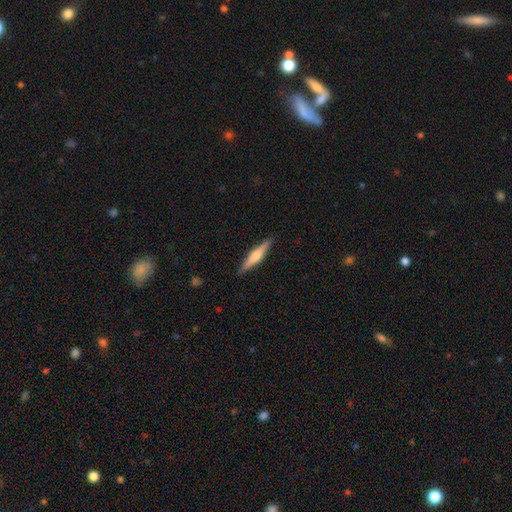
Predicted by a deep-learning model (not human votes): This appears to be a featured or disk galaxy (53%) viewed edge-on (97%) with a rounded central bulge (78%). Merging: none (90%).